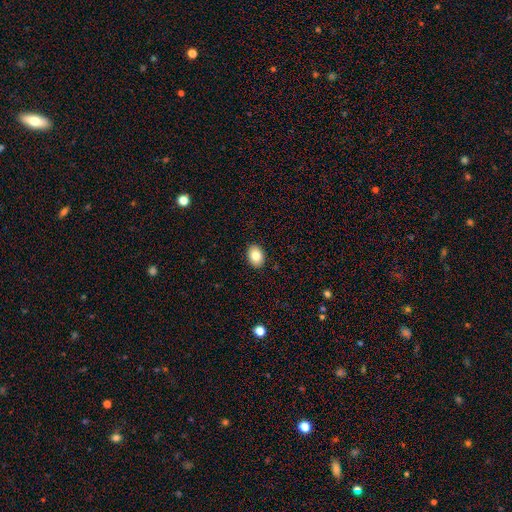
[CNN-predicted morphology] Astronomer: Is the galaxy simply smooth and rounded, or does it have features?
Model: smooth — 83%.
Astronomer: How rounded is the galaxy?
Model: in between — 76%.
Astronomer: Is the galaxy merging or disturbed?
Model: none — 90%.